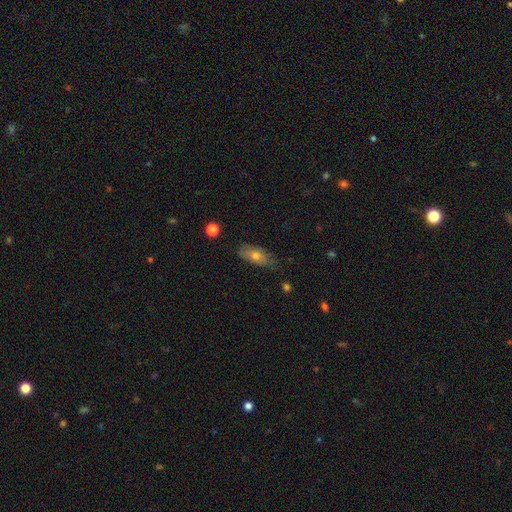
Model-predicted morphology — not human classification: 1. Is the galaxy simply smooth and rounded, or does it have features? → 67% smooth, 25% featured or disk, 7% star or artifact.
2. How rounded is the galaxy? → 81% in between, 14% cigar-shaped, 5% round.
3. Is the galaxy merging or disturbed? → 71% none, 23% minor disturbance, 5% major disturbance, 2% merger.